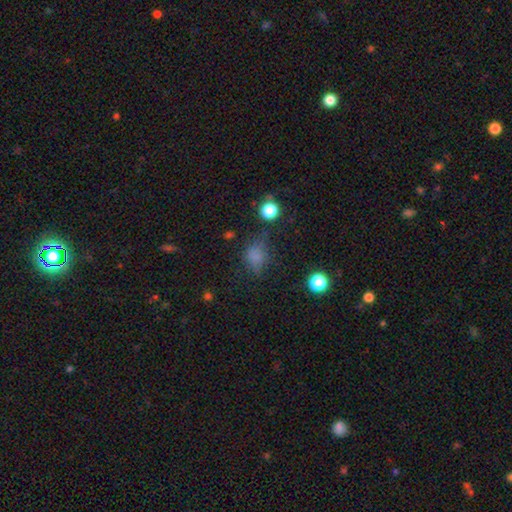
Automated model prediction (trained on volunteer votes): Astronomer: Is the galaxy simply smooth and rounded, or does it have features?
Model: smooth — 70%.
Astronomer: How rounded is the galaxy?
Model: in between — 55% (runner-up: round, 43%).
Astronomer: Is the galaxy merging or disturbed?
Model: none — 55%.